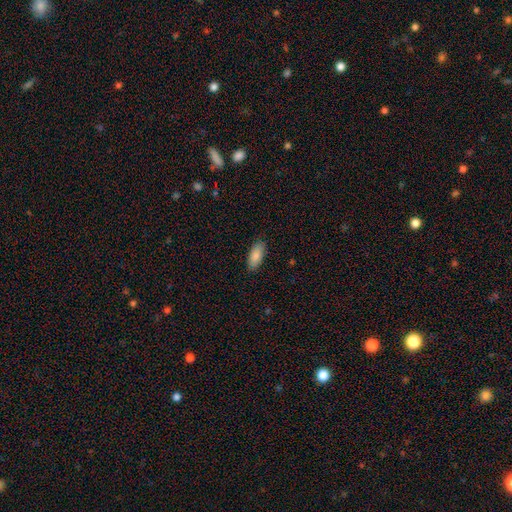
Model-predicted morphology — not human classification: This appears to be a smooth galaxy with no disk features (87%) that is in between round and cigar-shaped (88%). Merging: none (87%).